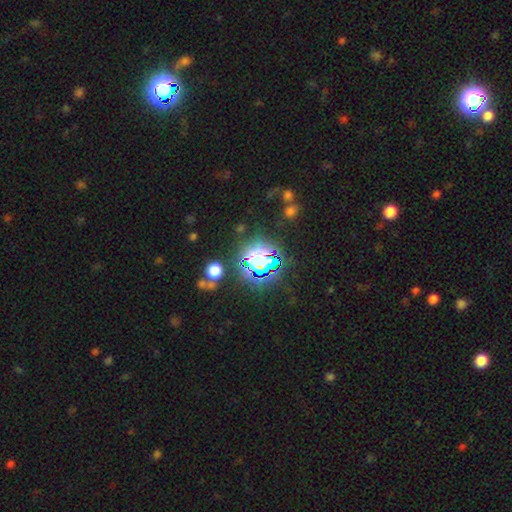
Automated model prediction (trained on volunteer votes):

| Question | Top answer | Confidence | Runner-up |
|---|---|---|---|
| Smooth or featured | star or artifact | 77% | smooth (14%) |